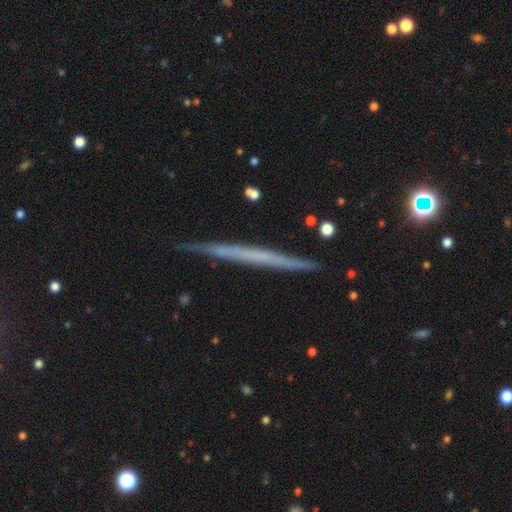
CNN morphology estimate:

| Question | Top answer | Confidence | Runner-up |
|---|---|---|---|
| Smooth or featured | featured or disk | 59% | smooth (33%) |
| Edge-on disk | yes | 97% | no (3%) |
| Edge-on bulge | none | 92% | rounded (5%) |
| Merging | none | 89% | minor disturbance (8%) |